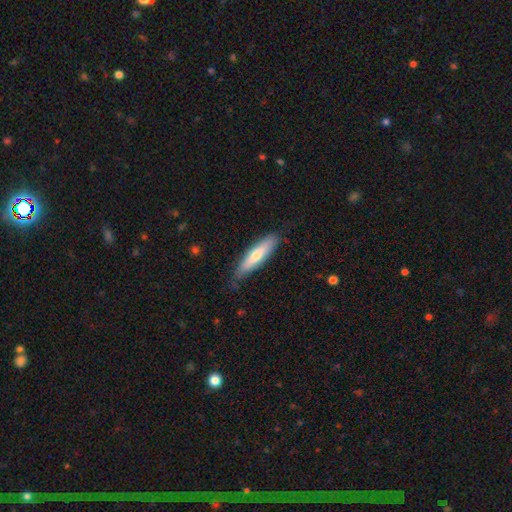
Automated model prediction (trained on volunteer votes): Smooth or featured? Predicted: smooth (p=0.65). How rounded? Predicted: cigar-shaped (p=0.77). Merging? Predicted: none (p=0.78).